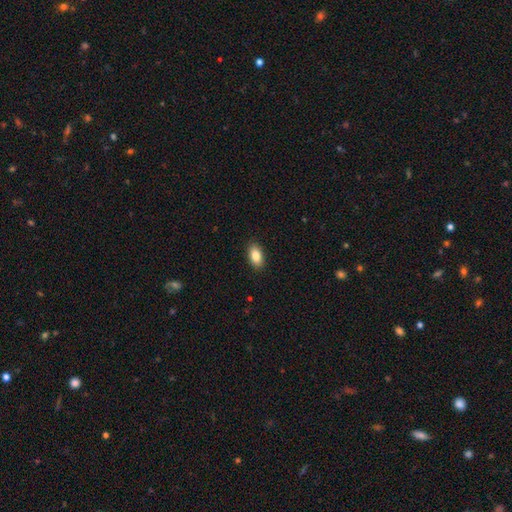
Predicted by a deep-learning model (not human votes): A smooth galaxy with no disk features (85%) that is in between round and cigar-shaped (92%).

Vote fractions:
- Smooth or featured? smooth: 85% / star or artifact: 7% / featured or disk: 7%
- How rounded? in between: 92% / round: 5% / cigar-shaped: 3%
- Merging? none: 89% / minor disturbance: 8% / major disturbance: 2% / merger: 1%